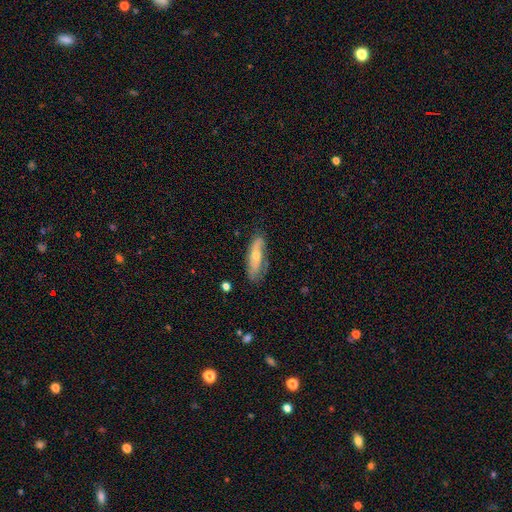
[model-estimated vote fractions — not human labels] The model was most divided on "smooth or featured": featured or disk: 56%, smooth: 37%, star or artifact: 7%. More confident: merging — none (72%); edge-on disk — no (68%).